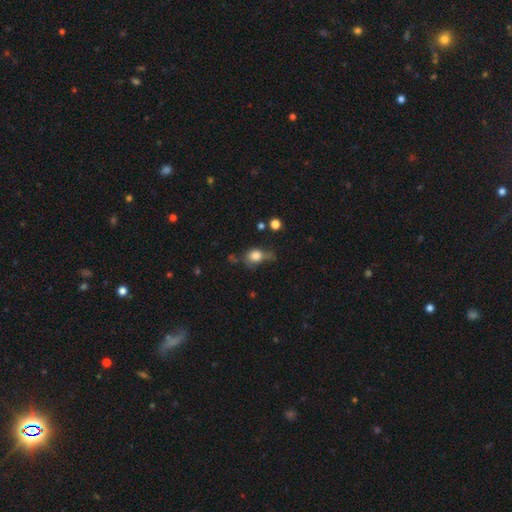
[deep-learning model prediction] The model was most divided on "how rounded": round: 51%, in between: 47%, cigar-shaped: 3%. Remaining: smooth or featured — smooth (75%); merging — none (36%).